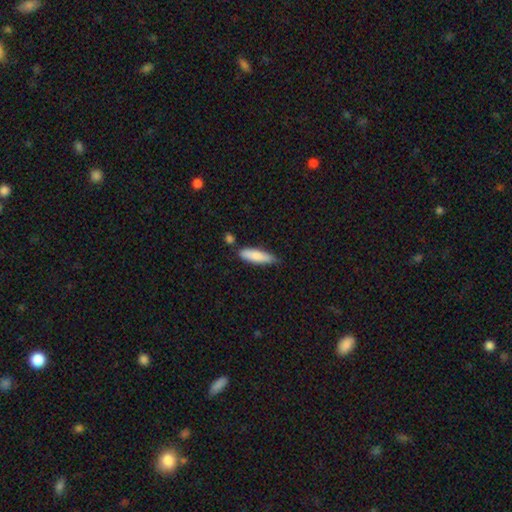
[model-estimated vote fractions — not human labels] Smooth or featured? Predicted: smooth (p=0.81). How rounded? Predicted: cigar-shaped (p=0.64). Merging? Predicted: none (p=0.70).